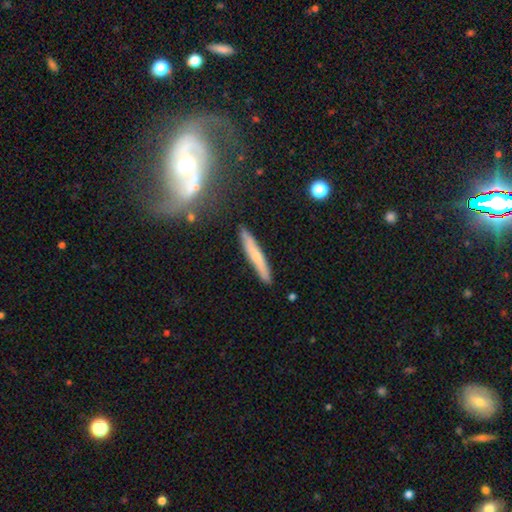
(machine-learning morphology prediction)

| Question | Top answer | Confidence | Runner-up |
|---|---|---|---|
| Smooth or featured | smooth | 55% | featured or disk (39%) |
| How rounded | cigar-shaped | 94% | in between (5%) |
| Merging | none | 87% | minor disturbance (9%) |